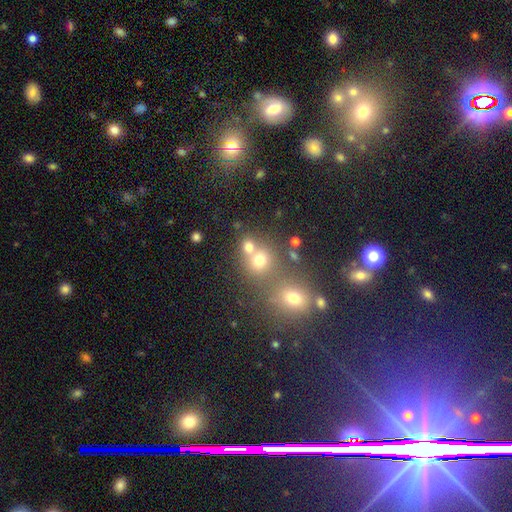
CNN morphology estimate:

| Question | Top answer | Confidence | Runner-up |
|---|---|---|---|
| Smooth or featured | smooth | 61% | star or artifact (28%) |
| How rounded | round | 82% | in between (17%) |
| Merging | none | 56% | merger (33%) |